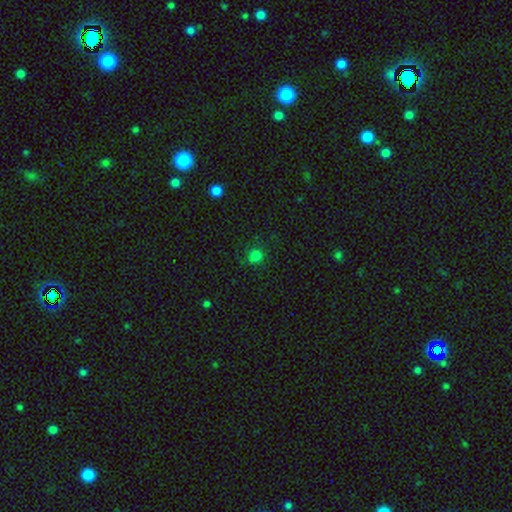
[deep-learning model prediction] Q: Smooth or featured?
A: smooth (80%); runner-up: star or artifact (16%)
Q: How rounded?
A: round (89%); runner-up: in between (10%)
Q: Merging?
A: none (81%); runner-up: minor disturbance (13%)